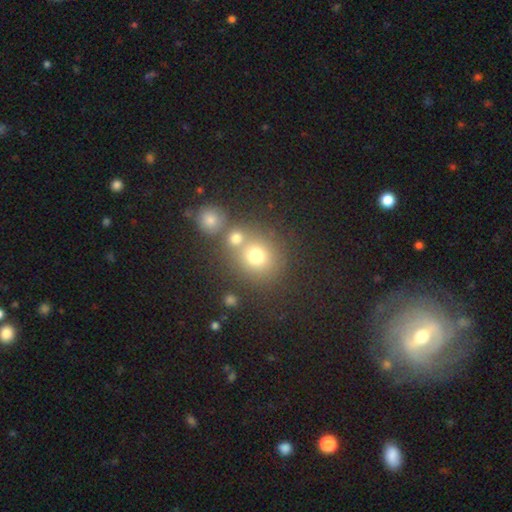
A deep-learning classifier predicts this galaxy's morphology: Smooth or featured? Predicted: smooth (p=0.72). How rounded? Predicted: round (p=0.85). Merging? Predicted: none (p=0.59).